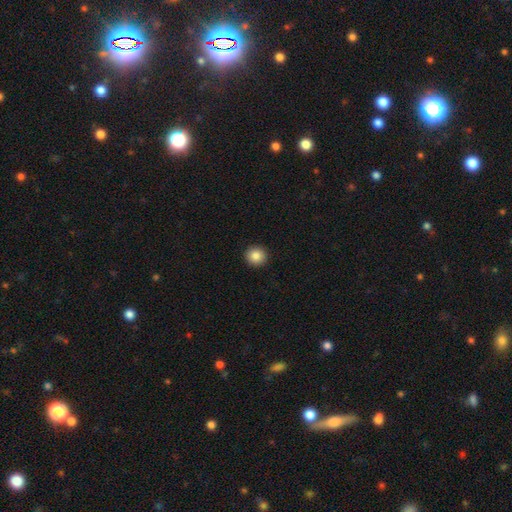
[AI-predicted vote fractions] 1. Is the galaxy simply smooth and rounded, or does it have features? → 85% smooth, 9% star or artifact, 5% featured or disk.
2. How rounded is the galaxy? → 93% round, 6% in between, 1% cigar-shaped.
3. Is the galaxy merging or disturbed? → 93% none, 4% minor disturbance, 1% major disturbance, 1% merger.